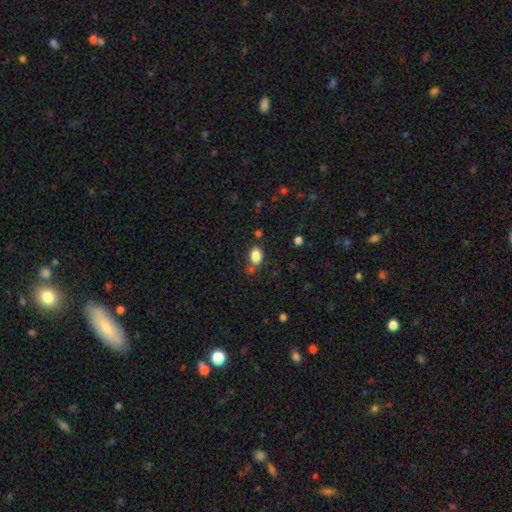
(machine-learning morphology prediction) Smooth or featured? Predicted: smooth (p=0.85). How rounded? Predicted: in between (p=0.75). Merging? Predicted: none (p=0.70).